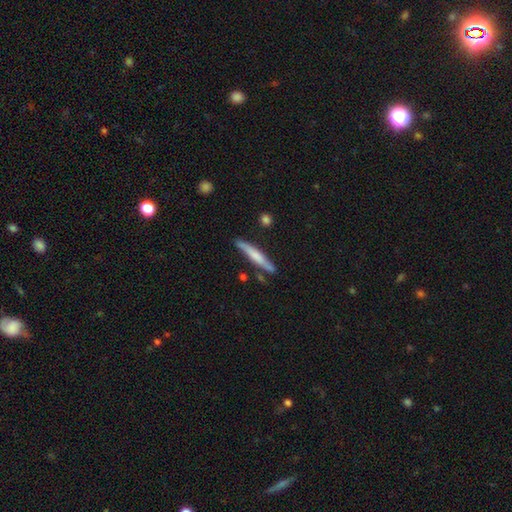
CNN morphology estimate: smooth_or_featured: smooth (p=0.56) [alt: featured or disk p=0.39]
how_rounded: cigar-shaped (p=0.94) [alt: in between p=0.05]
merging: none (p=0.80) [alt: minor disturbance p=0.13]